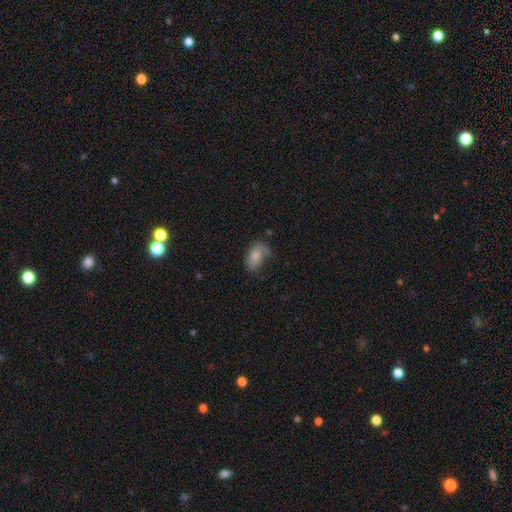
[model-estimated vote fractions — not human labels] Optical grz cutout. It shows a smooth galaxy with no disk features (66%) that is in between round and cigar-shaped (88%). Merging: none (42%).